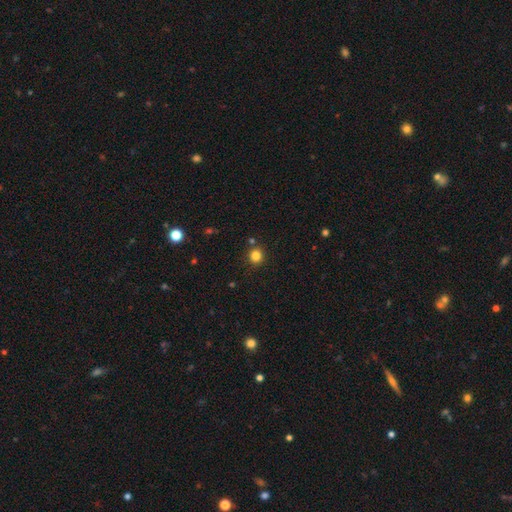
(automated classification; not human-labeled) smooth_or_featured: smooth (p=0.82) [alt: star or artifact p=0.13]
how_rounded: round (p=0.91) [alt: in between p=0.08]
merging: none (p=0.87) [alt: minor disturbance p=0.07]